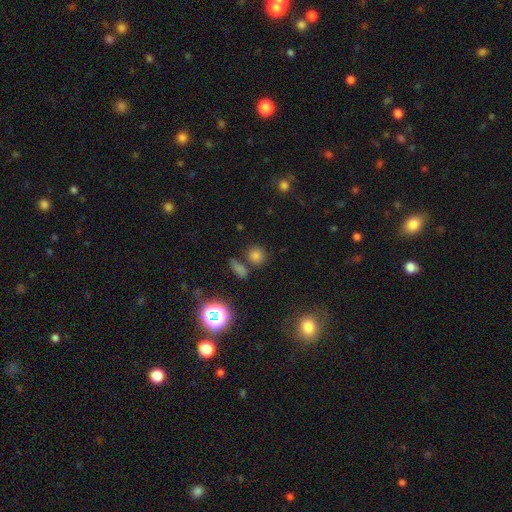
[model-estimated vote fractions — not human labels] A smooth galaxy with no disk features (73%) that is round (80%). Merging: none (70%).